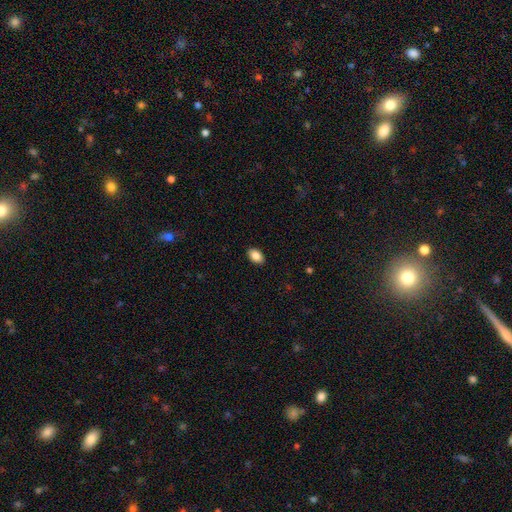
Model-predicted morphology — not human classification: Smooth or featured?
  - smooth: 88% *
  - star or artifact: 8%
  - featured or disk: 5%
How rounded?
  - in between: 89% *
  - round: 10%
  - cigar-shaped: 1%
Merging?
  - none: 90% *
  - minor disturbance: 7%
  - major disturbance: 2%
  - merger: 1%